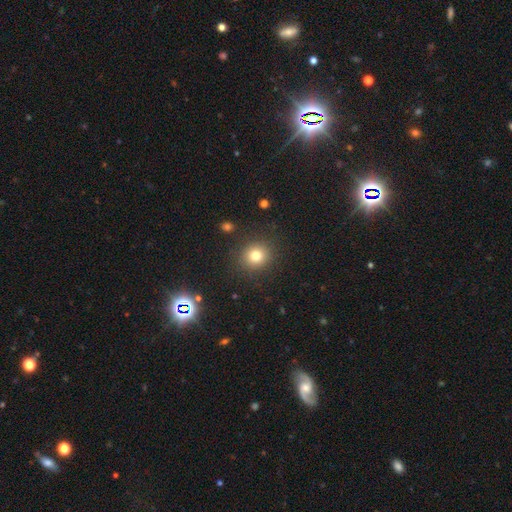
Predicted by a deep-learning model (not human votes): Smooth or featured? Predicted: smooth (p=0.78). How rounded? Predicted: round (p=0.89). Merging? Predicted: none (p=0.88).